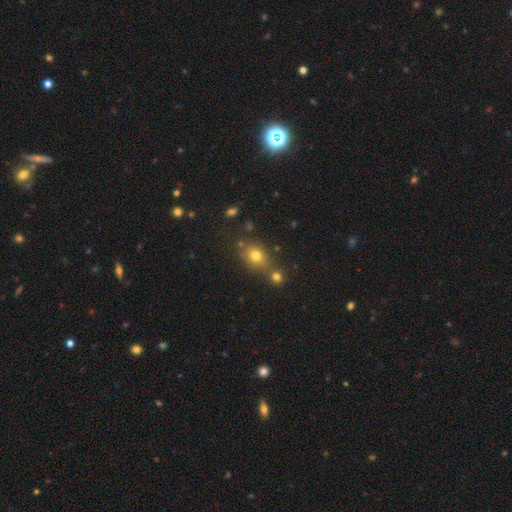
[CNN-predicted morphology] This is likely a smooth galaxy (73%). How rounded: possibly round (55%). Merging: likely none (60%).